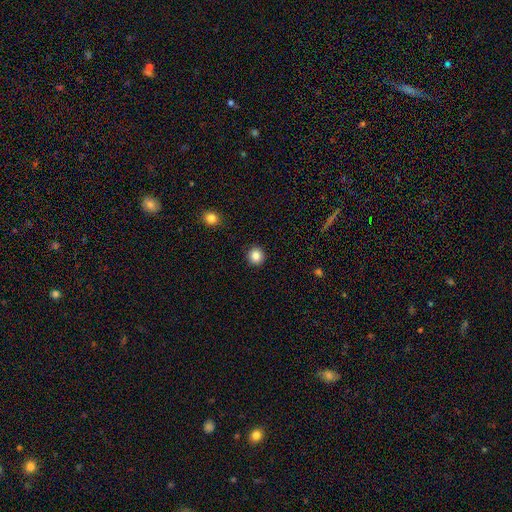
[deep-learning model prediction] smooth_or_featured: smooth (p=0.86) [alt: star or artifact p=0.10]
how_rounded: round (p=0.93) [alt: in between p=0.06]
merging: none (p=0.92) [alt: minor disturbance p=0.05]